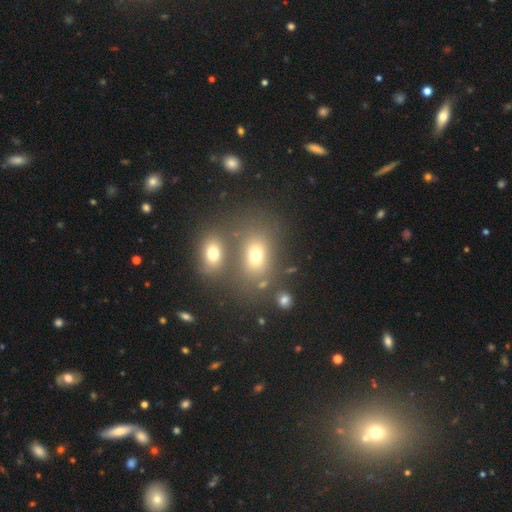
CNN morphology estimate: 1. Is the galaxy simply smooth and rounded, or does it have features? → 68% smooth, 17% star or artifact, 15% featured or disk.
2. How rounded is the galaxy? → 68% in between, 30% round, 2% cigar-shaped.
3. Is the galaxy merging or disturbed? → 49% none, 34% merger, 11% minor disturbance, 6% major disturbance.